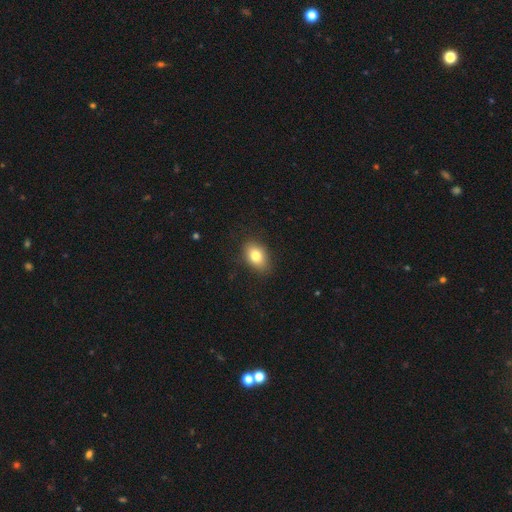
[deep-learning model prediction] Overall: smooth (79%). How rounded: in between (80%). Merging: none (84%).